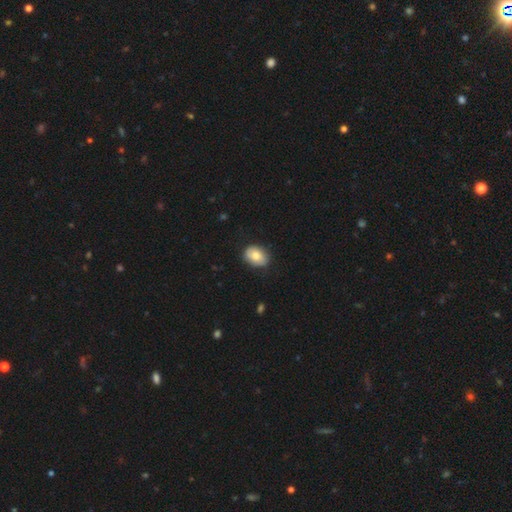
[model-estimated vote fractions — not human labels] This is likely a smooth galaxy (79%). How rounded: likely in between (73%). Merging: likely none (79%).